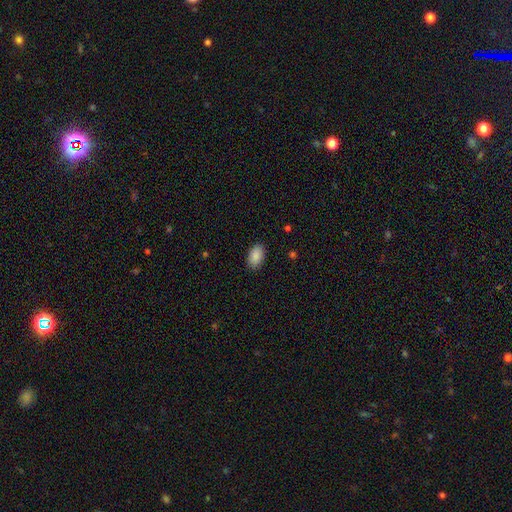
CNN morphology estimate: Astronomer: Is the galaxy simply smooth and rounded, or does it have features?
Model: smooth — 89%.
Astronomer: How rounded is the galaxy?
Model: in between — 93%.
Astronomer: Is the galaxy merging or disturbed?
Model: none — 88%.